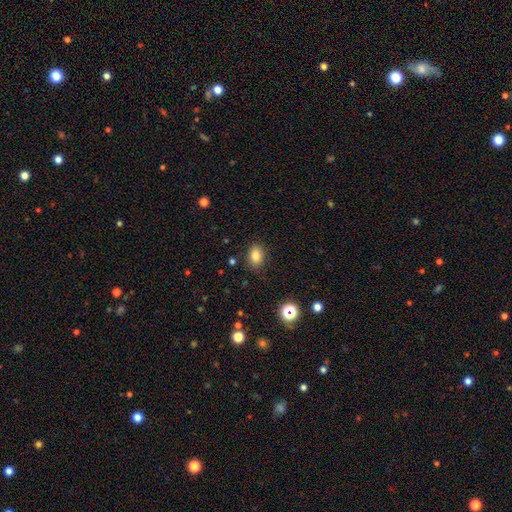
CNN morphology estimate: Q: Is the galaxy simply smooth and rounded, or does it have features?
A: smooth — 82%.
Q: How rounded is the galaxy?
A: in between — 75%.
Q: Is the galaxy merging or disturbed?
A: none — 83%.